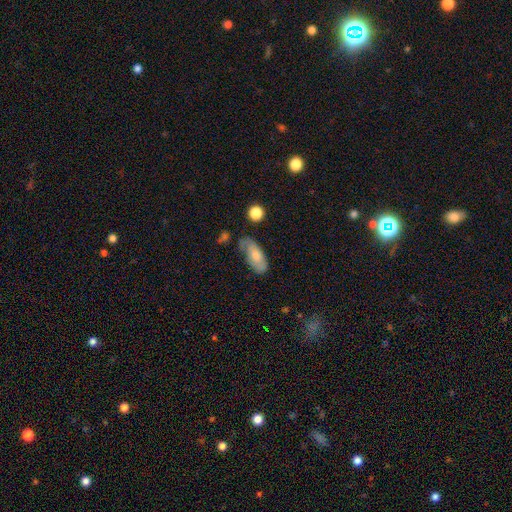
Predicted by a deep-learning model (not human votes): Morphology: type=smooth (68%); roundness=in between (84%); merging=none (50%).